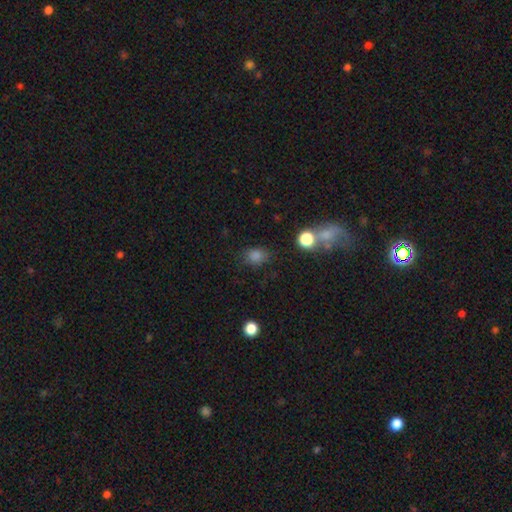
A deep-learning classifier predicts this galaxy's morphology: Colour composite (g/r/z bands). It shows a smooth galaxy with no disk features (78%) that is in between round and cigar-shaped (51%). Merging: none (75%).